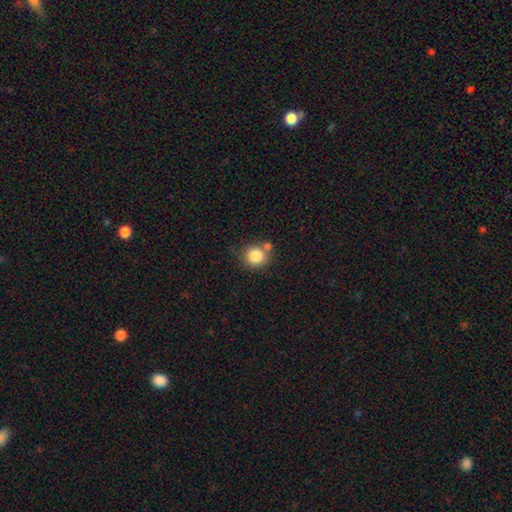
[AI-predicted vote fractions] Smooth or featured: smooth — 84% (star or artifact — 10%)
How rounded: round — 86% (in between — 13%)
Merging: none — 64% (merger — 20%)